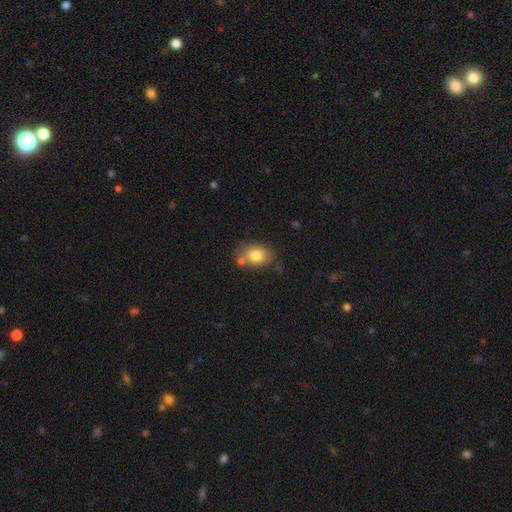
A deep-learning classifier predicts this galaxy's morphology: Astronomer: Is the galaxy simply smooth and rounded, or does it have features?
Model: smooth — 79%.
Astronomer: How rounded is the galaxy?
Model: in between — 69%.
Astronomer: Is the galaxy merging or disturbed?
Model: none — 65%.